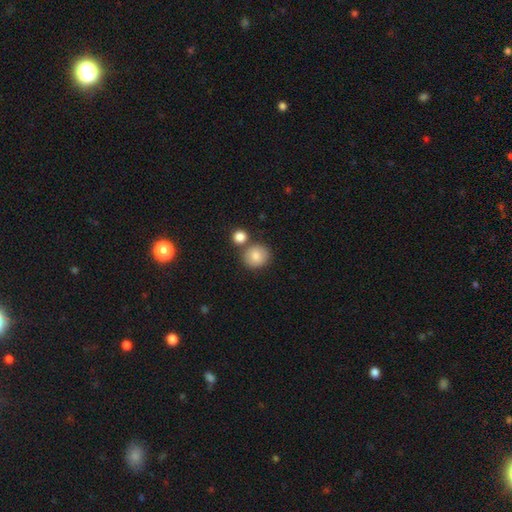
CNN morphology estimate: smooth_or_featured: smooth (p=0.83) [alt: featured or disk p=0.09]
how_rounded: round (p=0.83) [alt: in between p=0.16]
merging: none (p=0.68) [alt: merger p=0.18]